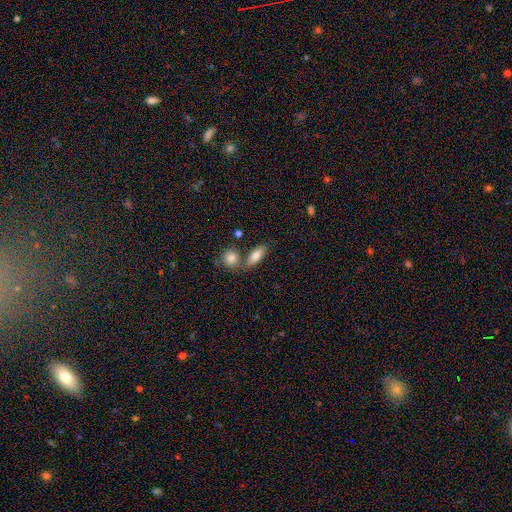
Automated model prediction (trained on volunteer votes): Q: Smooth or featured?
A: smooth (82%); runner-up: featured or disk (11%)
Q: How rounded?
A: in between (75%); runner-up: cigar-shaped (20%)
Q: Merging?
A: none (60%); runner-up: merger (25%)